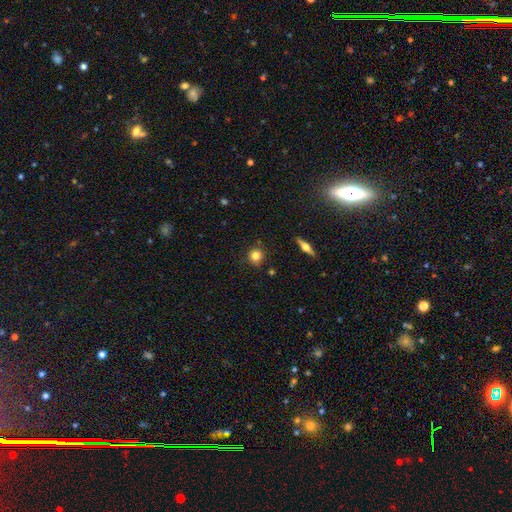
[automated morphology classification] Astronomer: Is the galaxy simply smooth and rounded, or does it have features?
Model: smooth — 80%.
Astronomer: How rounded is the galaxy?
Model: round — 90%.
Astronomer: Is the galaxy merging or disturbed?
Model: none — 86%.